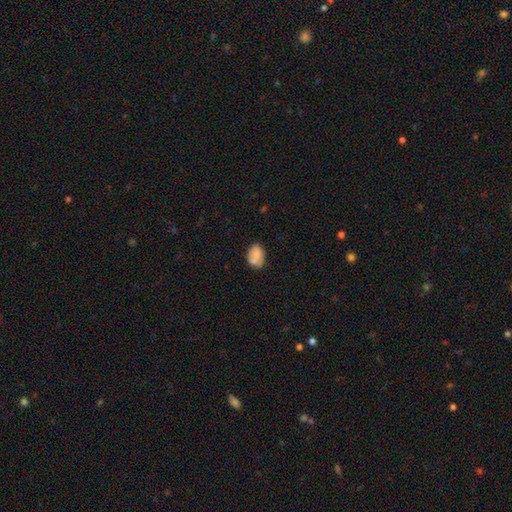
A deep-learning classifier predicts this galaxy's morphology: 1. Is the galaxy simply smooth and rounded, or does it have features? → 79% smooth, 12% featured or disk, 8% star or artifact.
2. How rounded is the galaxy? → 80% in between, 19% round, 1% cigar-shaped.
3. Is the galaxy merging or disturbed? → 63% none, 24% minor disturbance, 8% merger, 6% major disturbance.